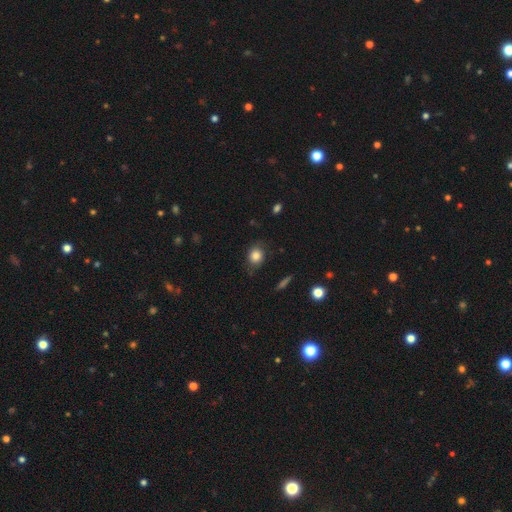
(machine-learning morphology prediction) Smooth or featured: smooth — 82% (star or artifact — 10%)
How rounded: round — 62% (in between — 36%)
Merging: none — 75% (minor disturbance — 19%)